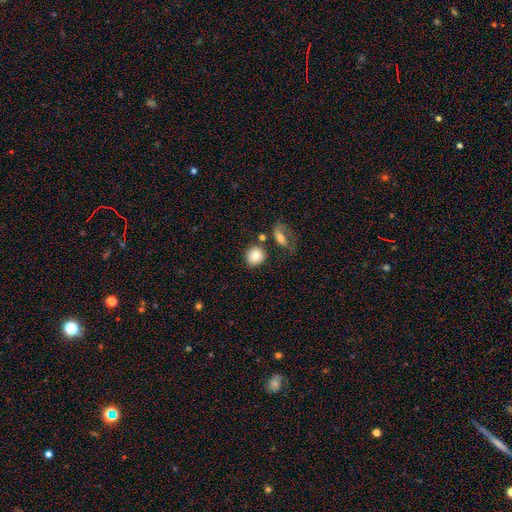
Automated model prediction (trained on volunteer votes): smooth_or_featured: smooth (p=0.80) [alt: featured or disk p=0.11]
how_rounded: round (p=0.83) [alt: in between p=0.15]
merging: none (p=0.71) [alt: merger p=0.12]